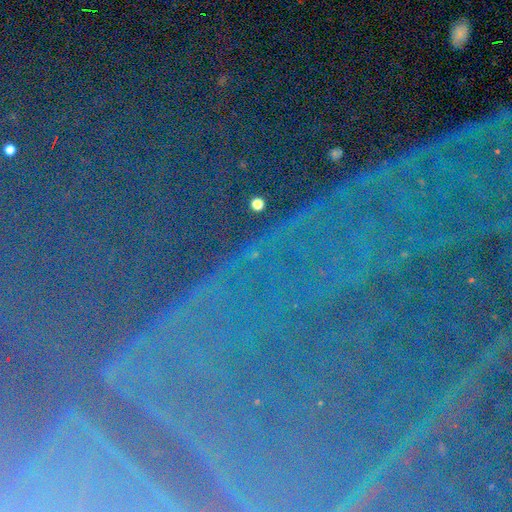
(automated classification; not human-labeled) A star or artifact, not a galaxy (85%).

Vote fractions:
- Smooth or featured? star or artifact: 85% / featured or disk: 8% / smooth: 7%